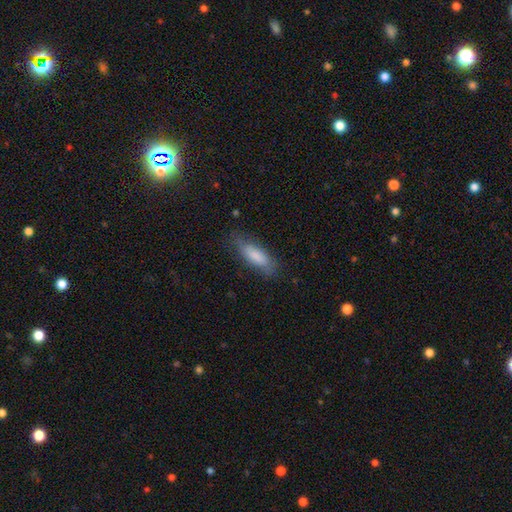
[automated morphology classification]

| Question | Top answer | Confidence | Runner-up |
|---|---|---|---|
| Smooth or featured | smooth | 81% | featured or disk (13%) |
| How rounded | in between | 55% | cigar-shaped (44%) |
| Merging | none | 72% | minor disturbance (21%) |